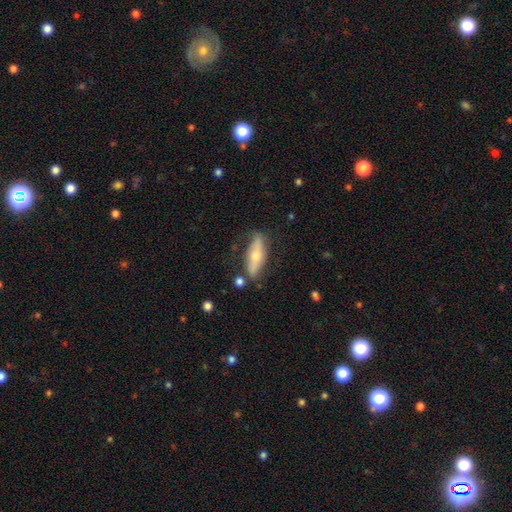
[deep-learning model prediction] This is possibly a smooth galaxy (49%). Merging: likely none (75%).